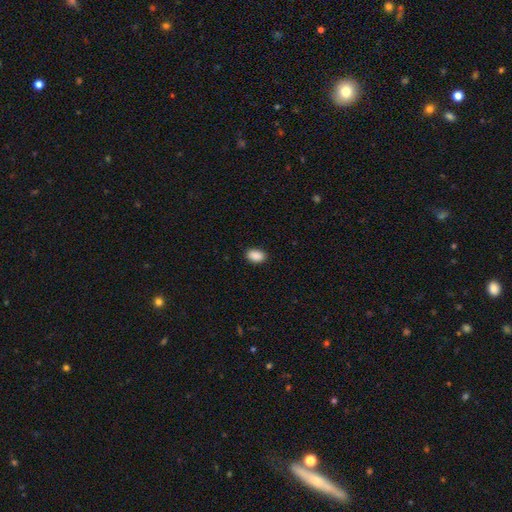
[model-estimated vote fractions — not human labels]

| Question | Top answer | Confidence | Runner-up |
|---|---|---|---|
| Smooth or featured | smooth | 90% | star or artifact (8%) |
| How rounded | in between | 89% | round (10%) |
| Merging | none | 89% | minor disturbance (8%) |